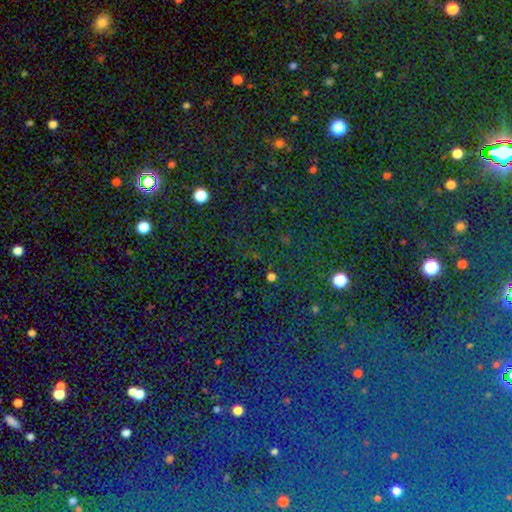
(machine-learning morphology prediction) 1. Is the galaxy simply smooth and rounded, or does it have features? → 79% star or artifact, 12% smooth, 8% featured or disk.